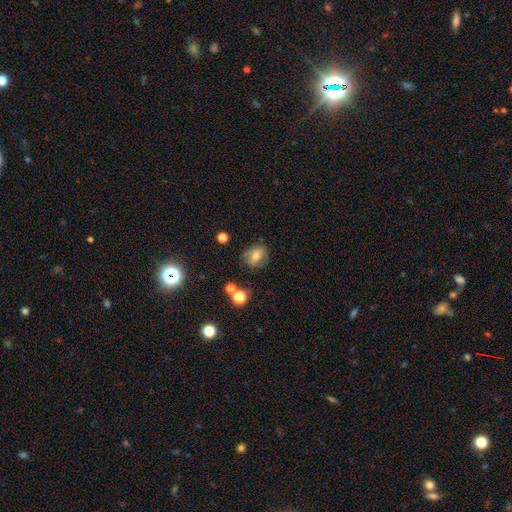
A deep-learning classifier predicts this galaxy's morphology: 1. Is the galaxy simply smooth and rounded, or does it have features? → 64% smooth, 23% featured or disk, 13% star or artifact.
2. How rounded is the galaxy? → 52% round, 46% in between, 2% cigar-shaped.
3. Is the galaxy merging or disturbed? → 70% none, 20% minor disturbance, 7% major disturbance, 4% merger.